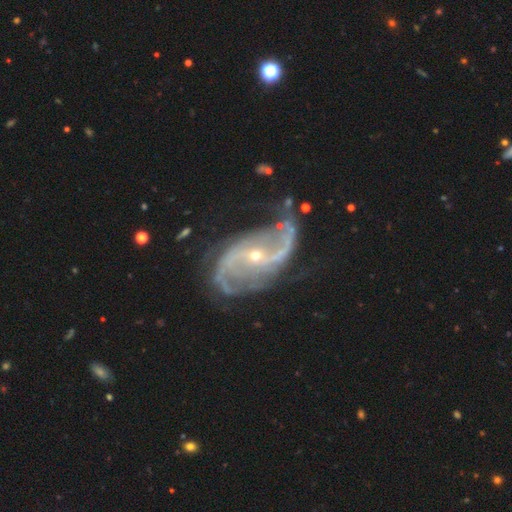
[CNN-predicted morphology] The model was most divided on "bar": no: 40%, weak: 33%, strong: 27%. More confident: spiral arms — yes (97%); edge-on disk — no (97%); smooth or featured — featured or disk (91%); spiral arm count — 2 (86%); bulge size — small (76%); merging — none (64%); spiral winding — loose (61%).